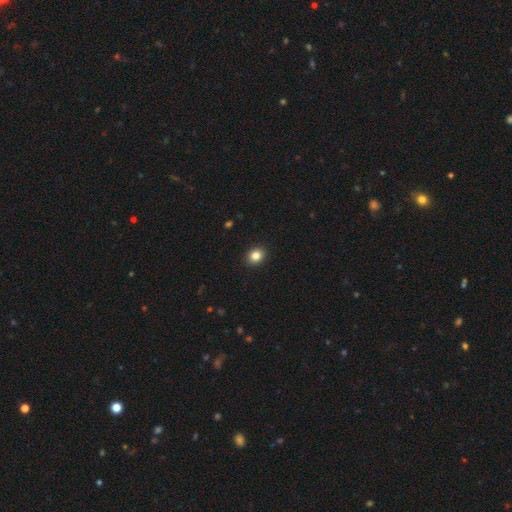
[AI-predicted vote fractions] A smooth galaxy with no disk features (85%) that is round (69%).

Vote fractions:
- Smooth or featured? smooth: 85% / star or artifact: 10% / featured or disk: 5%
- How rounded? round: 69% / in between: 30% / cigar-shaped: 1%
- Merging? none: 92% / minor disturbance: 6% / major disturbance: 2% / merger: 1%